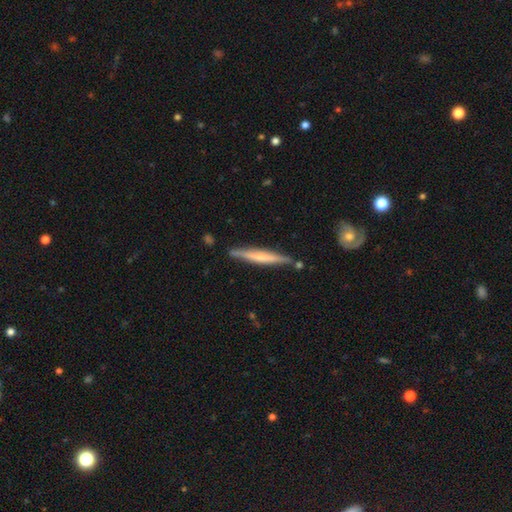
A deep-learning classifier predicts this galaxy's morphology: Smooth or featured? Predicted: featured or disk (p=0.60). Edge-on disk? Predicted: yes (p=0.95). Edge-on bulge? Predicted: rounded (p=0.50). Merging? Predicted: none (p=0.84).